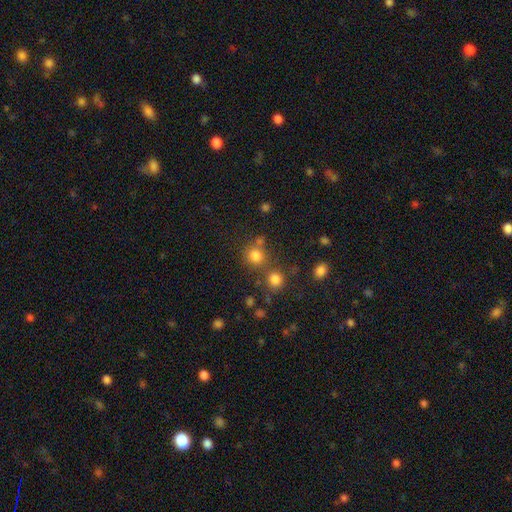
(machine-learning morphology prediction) Smooth or featured: smooth — 78% (star or artifact — 16%)
How rounded: round — 85% (in between — 14%)
Merging: none — 65% (merger — 21%)